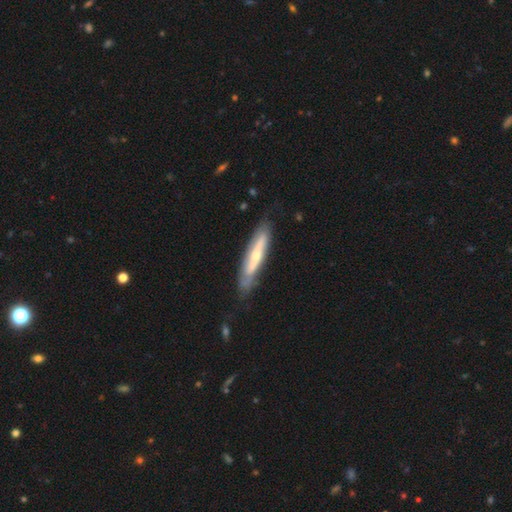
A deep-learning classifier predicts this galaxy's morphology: Q: Smooth or featured?
A: featured or disk (60%); runner-up: smooth (35%)
Q: Edge-on disk?
A: yes (57%); runner-up: no (43%)
Q: Merging?
A: none (71%); runner-up: minor disturbance (21%)